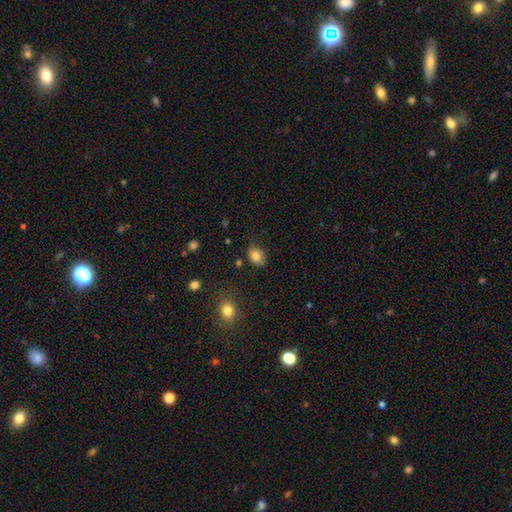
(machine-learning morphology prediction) smooth_or_featured: smooth (p=0.82) [alt: star or artifact p=0.10]
how_rounded: in between (p=0.68) [alt: round p=0.31]
merging: none (p=0.77) [alt: minor disturbance p=0.18]